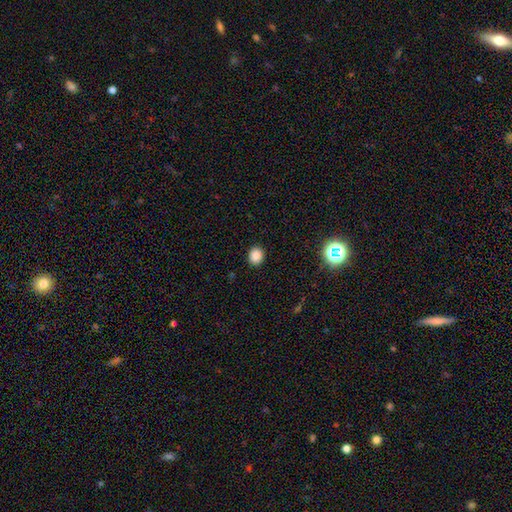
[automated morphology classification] Overall: smooth (86%). How rounded: round (69%; in between 30%). Merging: none (91%).